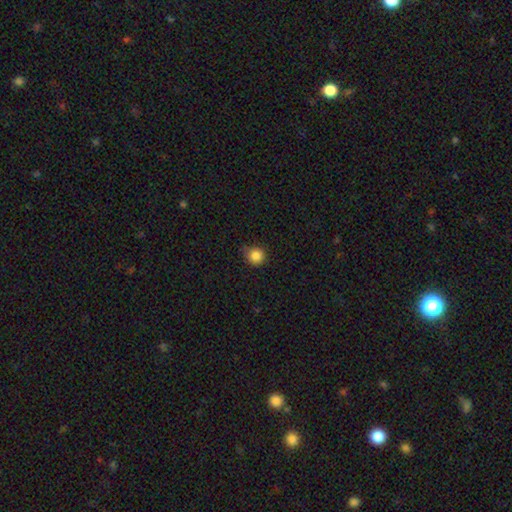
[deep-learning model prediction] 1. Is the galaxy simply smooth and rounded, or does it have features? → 85% smooth, 11% star or artifact, 4% featured or disk.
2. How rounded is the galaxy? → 90% round, 9% in between, 1% cigar-shaped.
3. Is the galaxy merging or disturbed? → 72% none, 23% minor disturbance, 4% major disturbance, 1% merger.